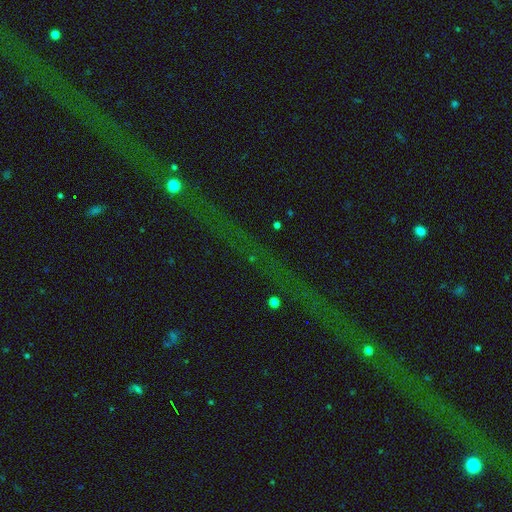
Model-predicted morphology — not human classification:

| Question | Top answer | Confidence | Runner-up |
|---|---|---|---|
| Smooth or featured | star or artifact | 72% | featured or disk (17%) |